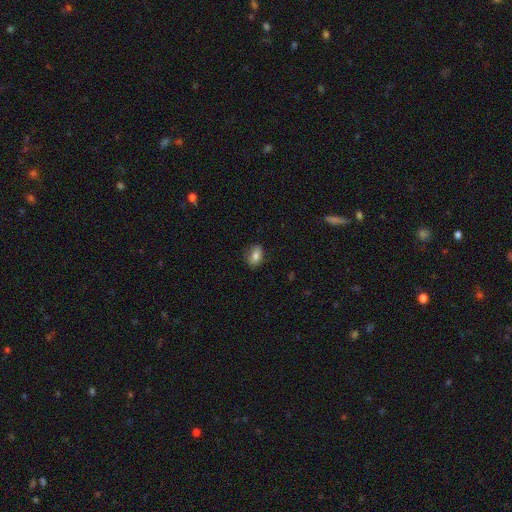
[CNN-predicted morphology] A smooth galaxy with no disk features (81%) that is in between round and cigar-shaped (78%).

Vote fractions:
- Smooth or featured? smooth: 81% / featured or disk: 10% / star or artifact: 9%
- How rounded? in between: 78% / round: 20% / cigar-shaped: 2%
- Merging? none: 81% / minor disturbance: 15% / major disturbance: 3% / merger: 1%